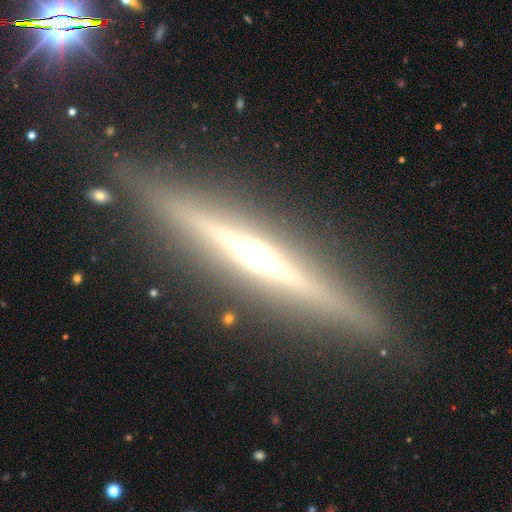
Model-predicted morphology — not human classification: Smooth or featured?
  - featured or disk: 83% *
  - smooth: 9%
  - star or artifact: 7%
Edge-on disk?
  - yes: 97% *
  - no: 3%
Edge-on bulge?
  - rounded: 89% *
  - boxy: 6%
  - none: 5%
Merging?
  - none: 88% *
  - minor disturbance: 8%
  - major disturbance: 3%
  - merger: 1%